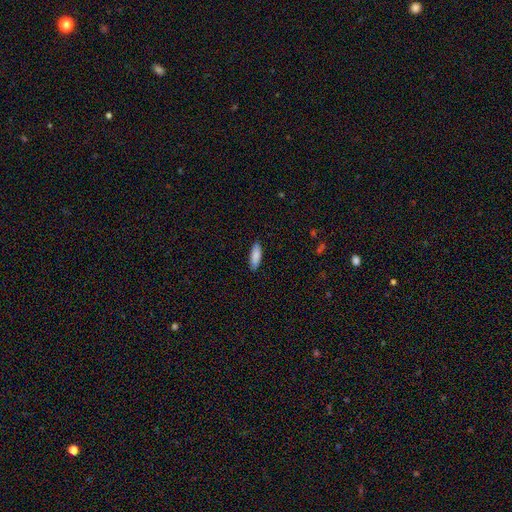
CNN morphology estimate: The model was most divided on "how rounded": in between: 57%, cigar-shaped: 42%, round: 2%. More confident: merging — none (89%); smooth or featured — smooth (89%).